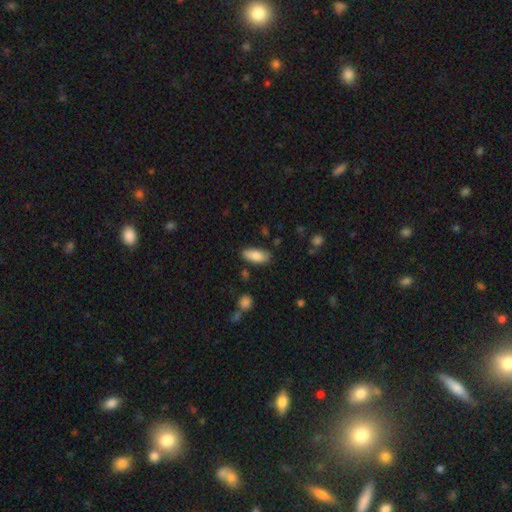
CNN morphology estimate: Smooth or featured? Predicted: smooth (p=0.84). How rounded? Predicted: in between (p=0.83). Merging? Predicted: none (p=0.83).